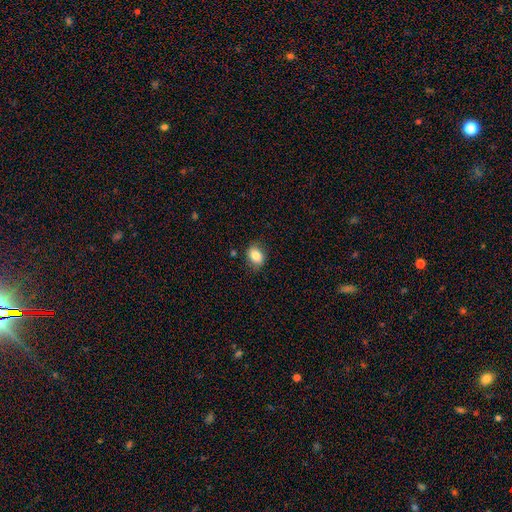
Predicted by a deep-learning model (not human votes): Q: Smooth or featured?
A: smooth (83%); runner-up: star or artifact (9%)
Q: How rounded?
A: in between (64%); runner-up: round (35%)
Q: Merging?
A: none (84%); runner-up: minor disturbance (12%)